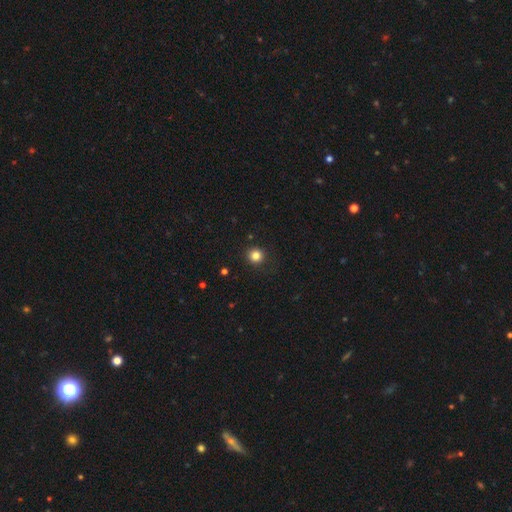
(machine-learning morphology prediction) Smooth or featured? smooth (83%)
How rounded? round (94%)
Merging? none (90%)